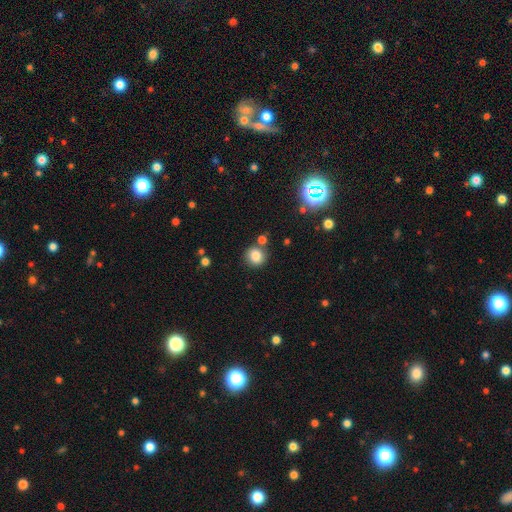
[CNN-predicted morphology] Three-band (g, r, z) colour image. It shows a smooth galaxy with no disk features (81%) that is round (90%). Merging: none (79%).